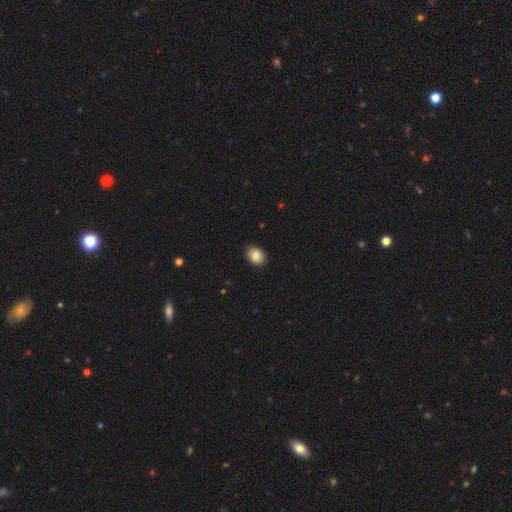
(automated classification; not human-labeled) smooth 83%, featured or disk 9%, star or artifact 8%. Down the decision tree: how rounded — in between (63%); merging — none (89%).